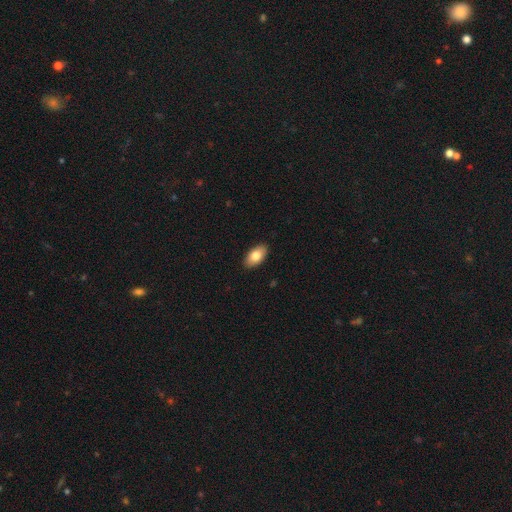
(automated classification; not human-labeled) This appears to be a smooth galaxy with no disk features (80%) that is in between round and cigar-shaped (93%). Merging: none (90%).